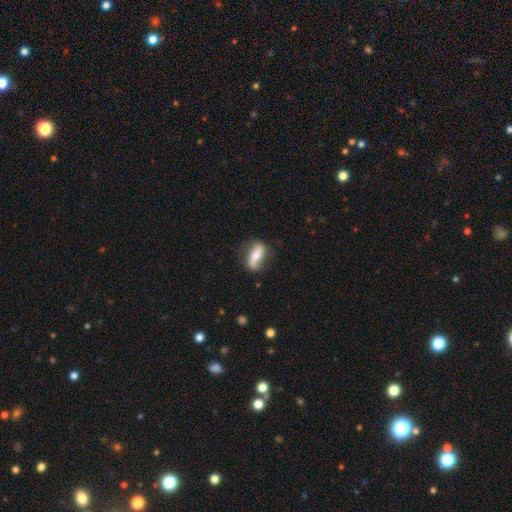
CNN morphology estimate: Overall: smooth (48%; featured or disk 45%). Merging: none (76%).